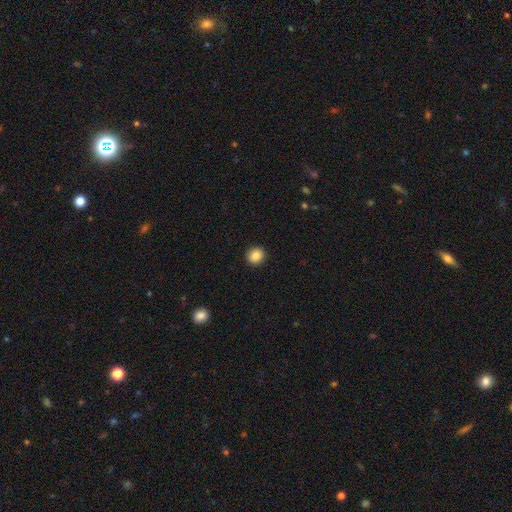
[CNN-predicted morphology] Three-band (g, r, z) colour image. It shows a smooth galaxy with no disk features (88%) that is round (81%). Merging: none (92%).